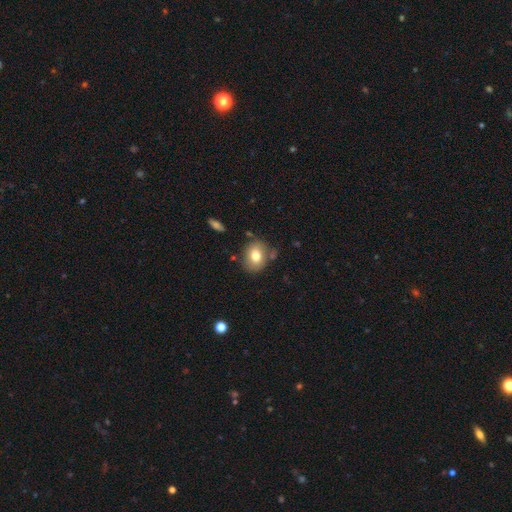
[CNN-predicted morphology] Smooth or featured: smooth — 76% (featured or disk — 15%)
How rounded: in between — 50% (round — 49%)
Merging: none — 75% (minor disturbance — 15%)